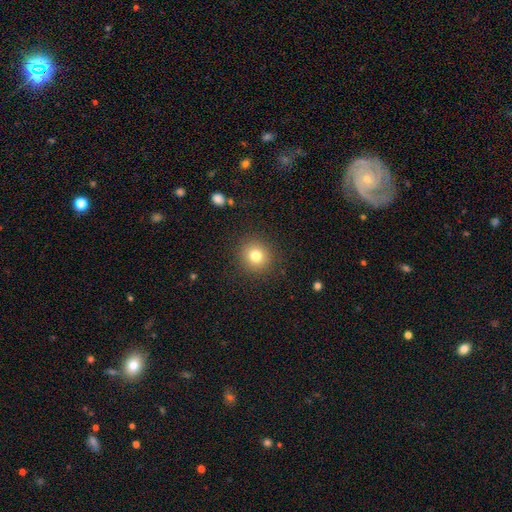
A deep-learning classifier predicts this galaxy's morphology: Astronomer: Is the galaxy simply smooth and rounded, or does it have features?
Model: smooth — 78%.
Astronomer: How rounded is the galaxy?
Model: round — 91%.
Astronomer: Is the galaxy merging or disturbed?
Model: none — 90%.